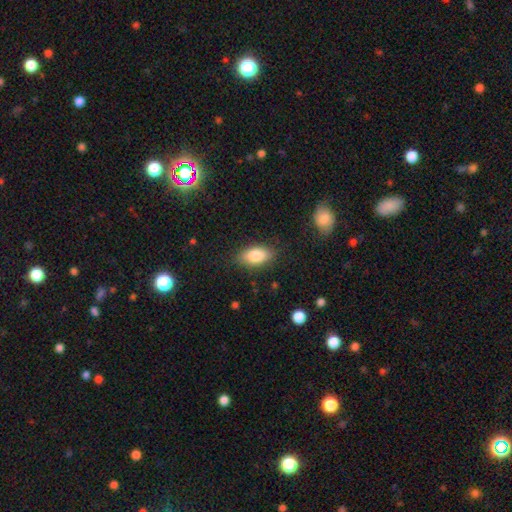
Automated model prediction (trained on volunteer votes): Overall: smooth (83%). How rounded: in between (90%). Merging: none (84%).